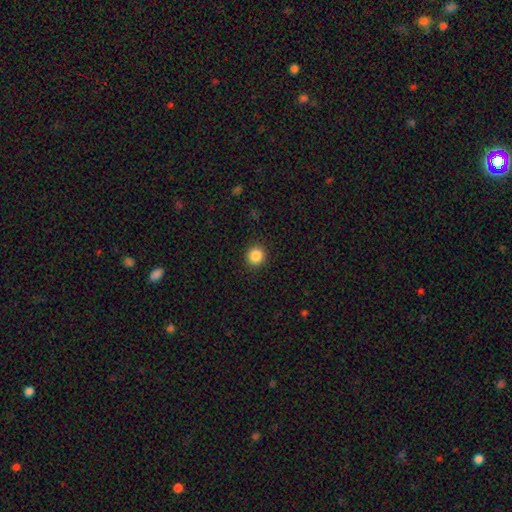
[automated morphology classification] Overall: smooth (87%). How rounded: round (90%). Merging: none (91%).